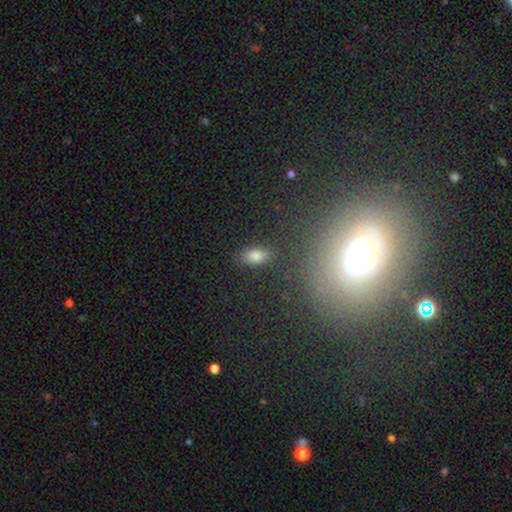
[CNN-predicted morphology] smooth 80%, star or artifact 12%, featured or disk 8%. Down the decision tree: how rounded — in between (87%); merging — none (84%).